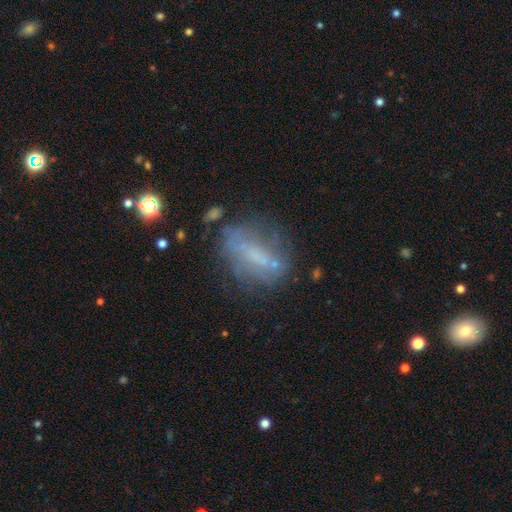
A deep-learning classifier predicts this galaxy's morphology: featured or disk 48%, smooth 38%, star or artifact 14%. Down the decision tree: merging — none (54%).